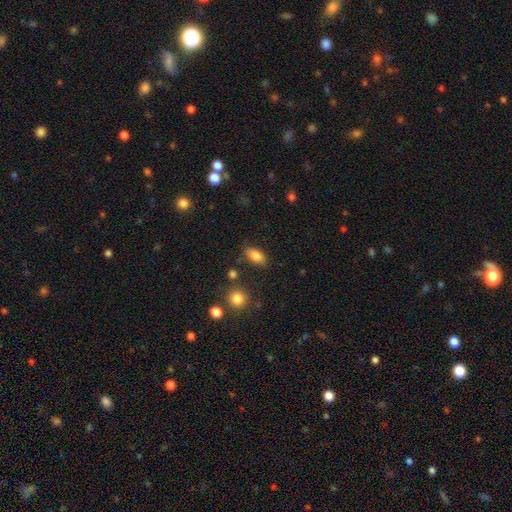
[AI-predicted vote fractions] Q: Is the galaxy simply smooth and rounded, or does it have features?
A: smooth — 84%.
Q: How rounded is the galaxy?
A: in between — 88%.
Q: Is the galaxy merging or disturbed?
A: none — 81%.